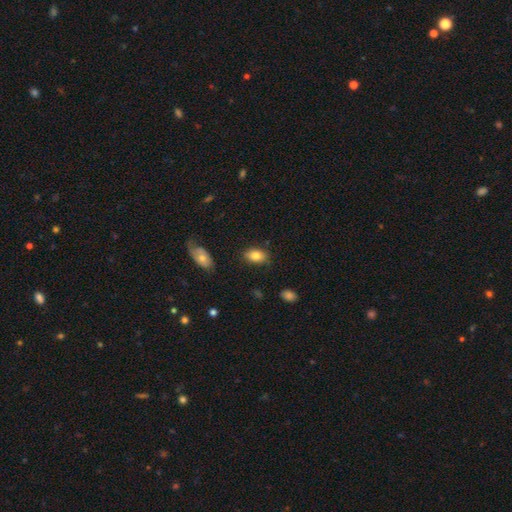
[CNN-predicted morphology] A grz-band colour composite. It shows a smooth galaxy with no disk features (83%) that is in between round and cigar-shaped (89%). Merging: none (81%).